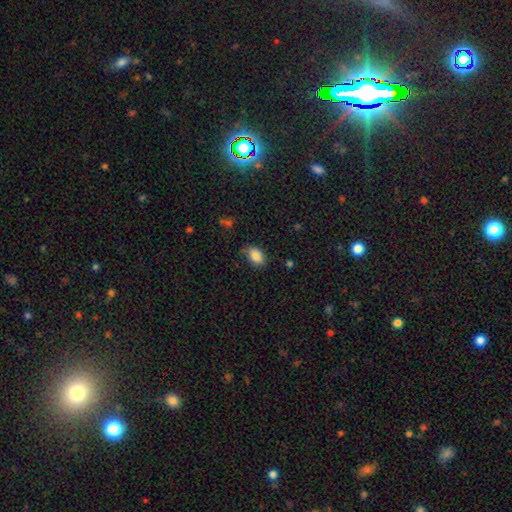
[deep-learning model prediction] smooth-or-featured: smooth: 86% | star or artifact: 8% | featured or disk: 6%
  how-rounded: in between: 87% | round: 12% | cigar-shaped: 1%
  merging: none: 76% | minor disturbance: 19% | major disturbance: 4% | merger: 2%